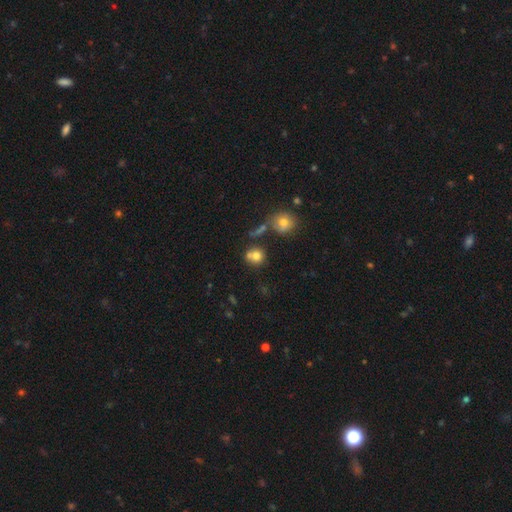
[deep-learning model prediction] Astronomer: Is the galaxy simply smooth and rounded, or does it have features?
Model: smooth — 75%.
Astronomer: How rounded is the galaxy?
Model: round — 86%.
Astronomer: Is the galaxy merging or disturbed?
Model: none — 56%.